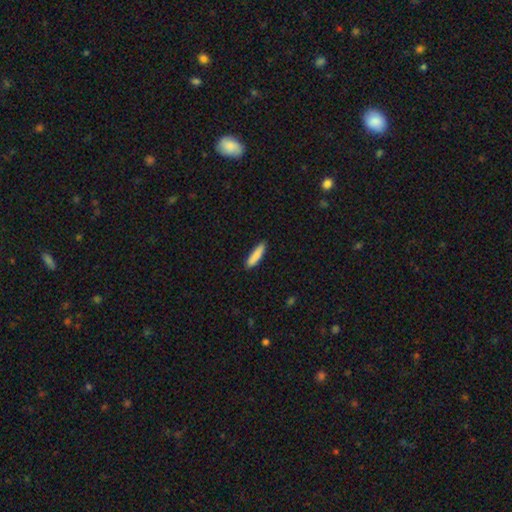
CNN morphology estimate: Smooth or featured: smooth — 87% (featured or disk — 7%)
How rounded: cigar-shaped — 78% (in between — 21%)
Merging: none — 87% (minor disturbance — 10%)